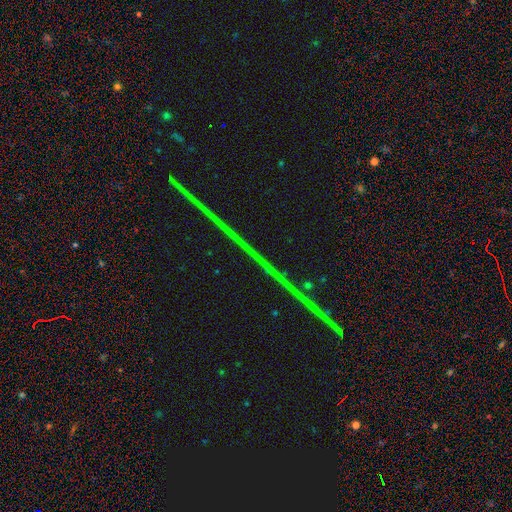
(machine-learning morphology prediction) A star or artifact, not a galaxy (83%).